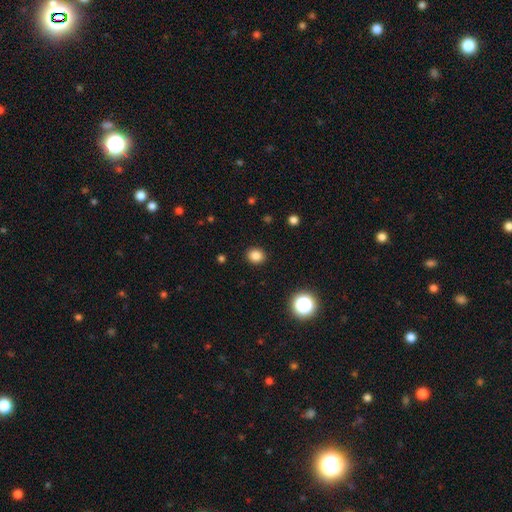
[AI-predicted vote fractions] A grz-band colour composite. It shows a smooth galaxy with no disk features (83%) that is round (73%). Merging: none (91%).